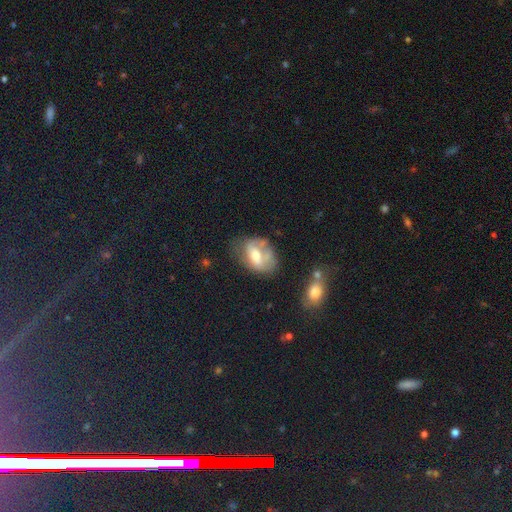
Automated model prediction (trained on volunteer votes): featured or disk 48%, smooth 44%, star or artifact 8%. Down the decision tree: merging — none (39%).